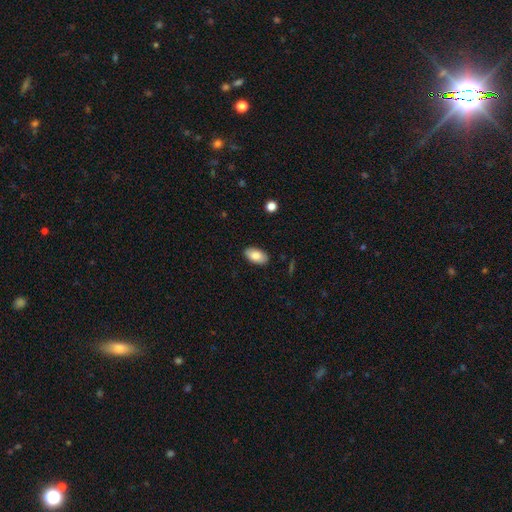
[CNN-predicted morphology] This is clearly a smooth galaxy (83%). How rounded: clearly in between (94%). Merging: clearly none (88%).